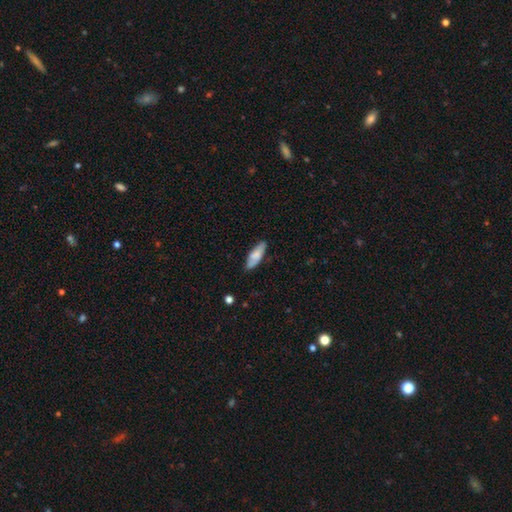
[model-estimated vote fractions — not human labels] smooth_or_featured: smooth (p=0.73) [alt: featured or disk p=0.21]
how_rounded: in between (p=0.60) [alt: cigar-shaped p=0.38]
merging: none (p=0.78) [alt: minor disturbance p=0.17]